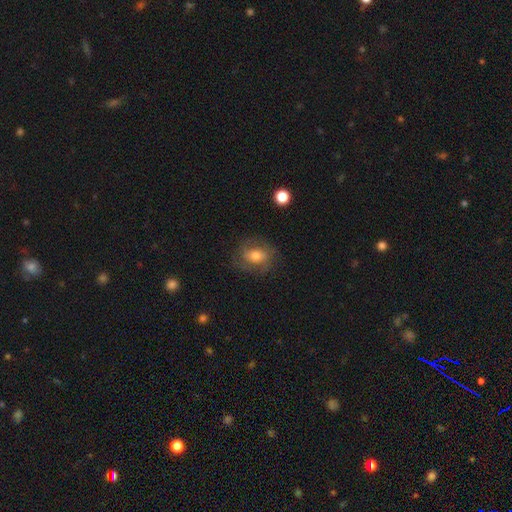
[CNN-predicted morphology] A featured or disk galaxy (49%). Merging: none (73%).